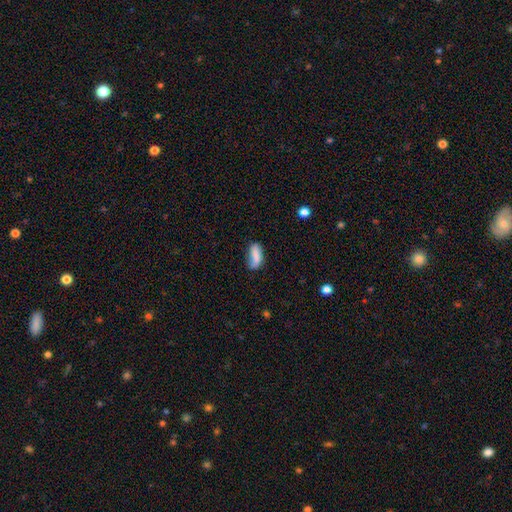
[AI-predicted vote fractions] Smooth or featured: smooth — 79% (featured or disk — 13%)
How rounded: in between — 81% (cigar-shaped — 16%)
Merging: none — 52% (minor disturbance — 31%)